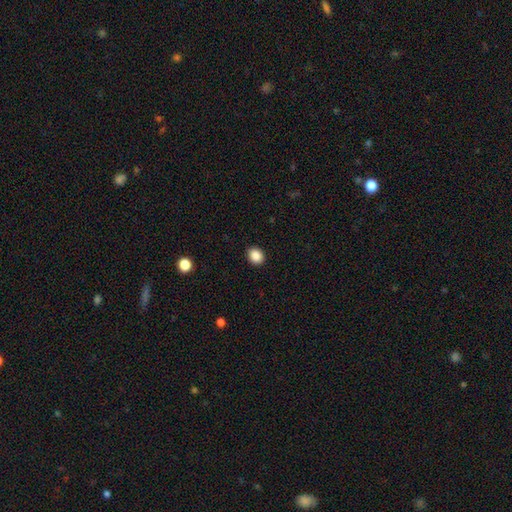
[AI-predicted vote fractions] This appears to be a smooth galaxy with no disk features (88%) that is round (62%). Merging: none (91%).